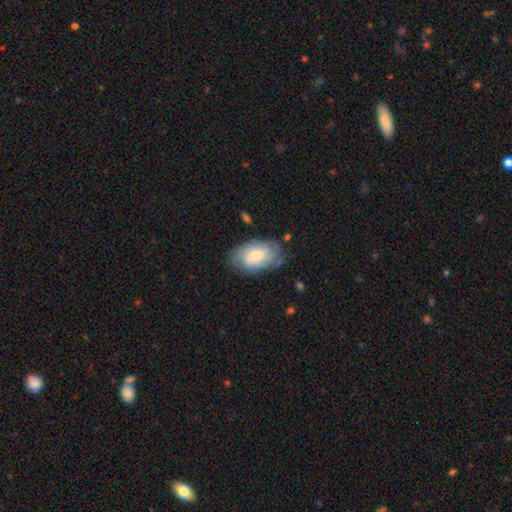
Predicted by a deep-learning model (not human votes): Q: Smooth or featured?
A: featured or disk (47%); runner-up: smooth (46%)
Q: Merging?
A: none (69%); runner-up: minor disturbance (21%)